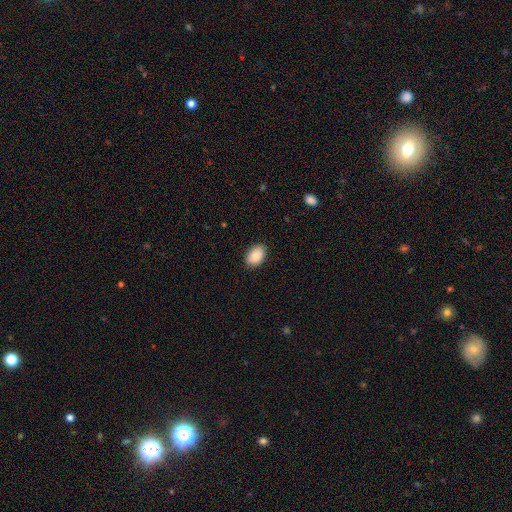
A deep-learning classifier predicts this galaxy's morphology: Smooth or featured?
  - smooth: 89% *
  - star or artifact: 7%
  - featured or disk: 4%
How rounded?
  - in between: 85% *
  - round: 14%
  - cigar-shaped: 1%
Merging?
  - none: 87% *
  - minor disturbance: 10%
  - major disturbance: 2%
  - merger: 1%